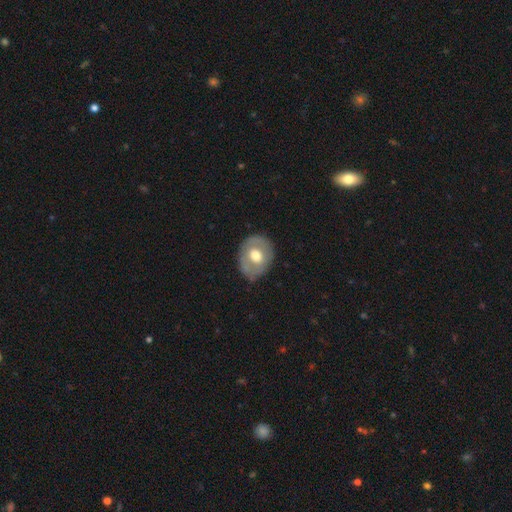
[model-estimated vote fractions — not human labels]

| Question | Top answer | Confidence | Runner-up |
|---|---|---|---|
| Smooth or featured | smooth | 52% | featured or disk (42%) |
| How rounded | round | 58% | in between (41%) |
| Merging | none | 76% | minor disturbance (18%) |